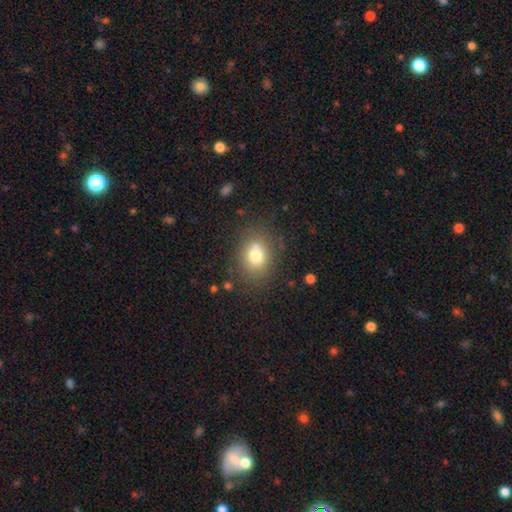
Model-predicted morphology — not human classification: smooth-or-featured: smooth: 72% | featured or disk: 16% | star or artifact: 13%
  how-rounded: round: 52% | in between: 47% | cigar-shaped: 1%
  merging: none: 67% | minor disturbance: 14% | merger: 13% | major disturbance: 5%